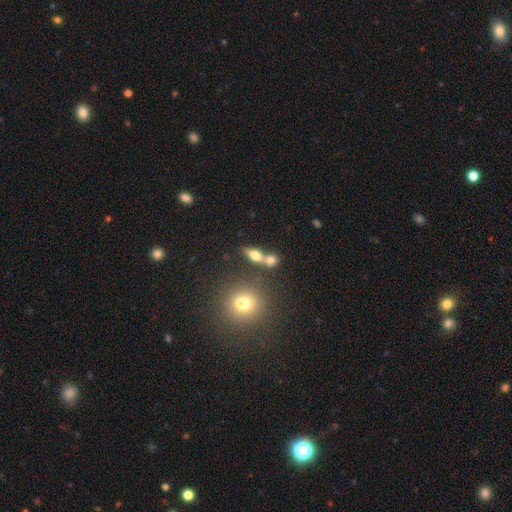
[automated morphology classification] The model was most divided on "merging": none: 47%, merger: 37%, minor disturbance: 10%, major disturbance: 6%. More confident: smooth or featured — smooth (60%); how rounded — in between (54%).